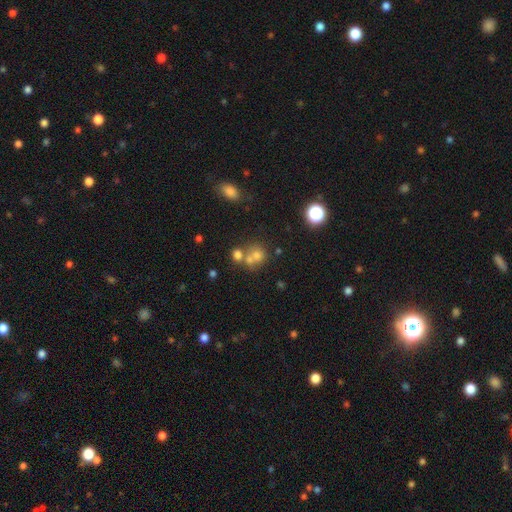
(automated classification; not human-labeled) smooth_or_featured: smooth (p=0.64) [alt: star or artifact p=0.19]
how_rounded: round (p=0.74) [alt: in between p=0.25]
merging: merger (p=0.47) [alt: none p=0.39]